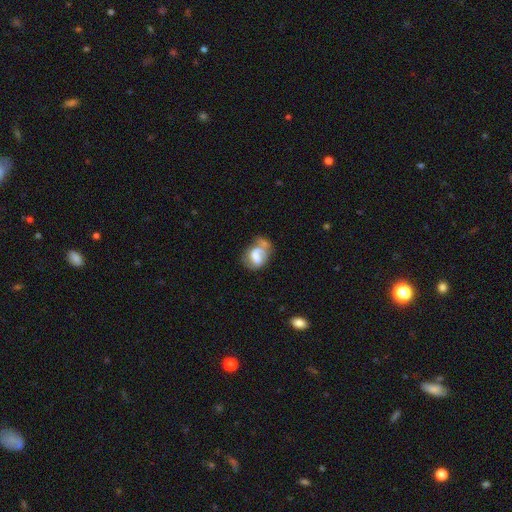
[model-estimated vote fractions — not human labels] Overall: featured or disk (48%; smooth 43%). Merging: none (29%; major disturbance 28%).